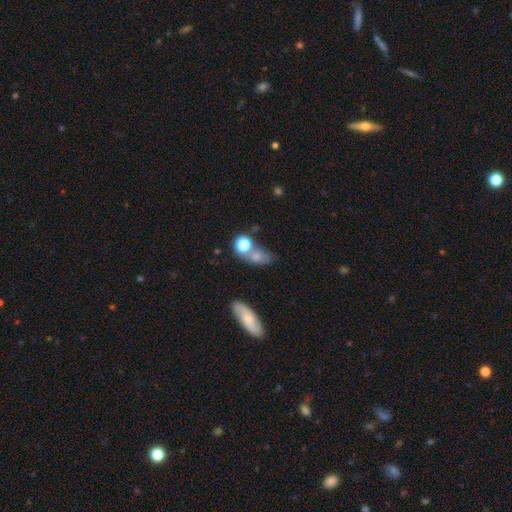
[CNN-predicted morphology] smooth 68%, featured or disk 16%, star or artifact 16%. Down the decision tree: how rounded — in between (55%); merging — none (45%).